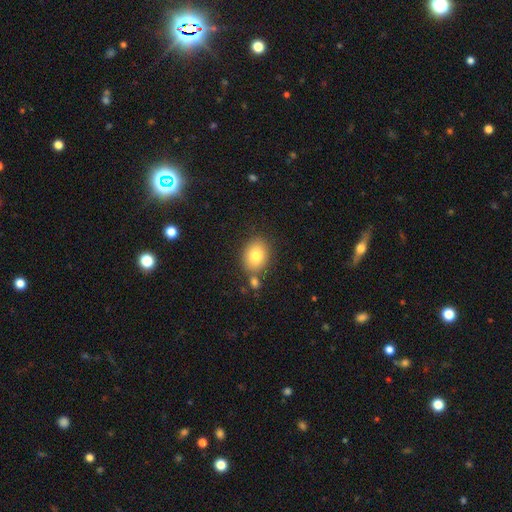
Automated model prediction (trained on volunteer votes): Smooth or featured? Predicted: smooth (p=0.80). How rounded? Predicted: in between (p=0.56). Merging? Predicted: none (p=0.72).